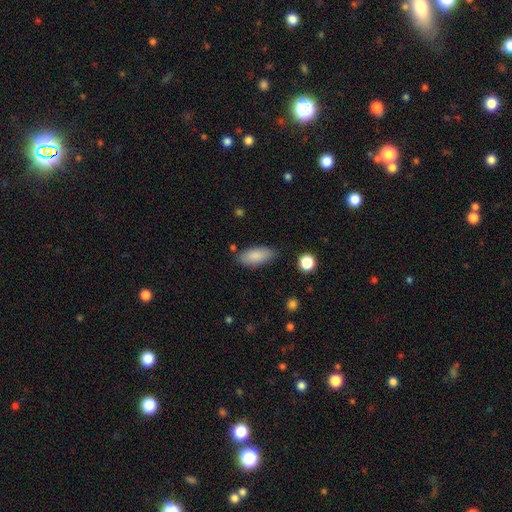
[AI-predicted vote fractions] A smooth galaxy with no disk features (86%) that is in between round and cigar-shaped (84%).

Vote fractions:
- Smooth or featured? smooth: 86% / featured or disk: 7% / star or artifact: 7%
- How rounded? in between: 84% / cigar-shaped: 14% / round: 2%
- Merging? none: 80% / minor disturbance: 14% / major disturbance: 3% / merger: 3%